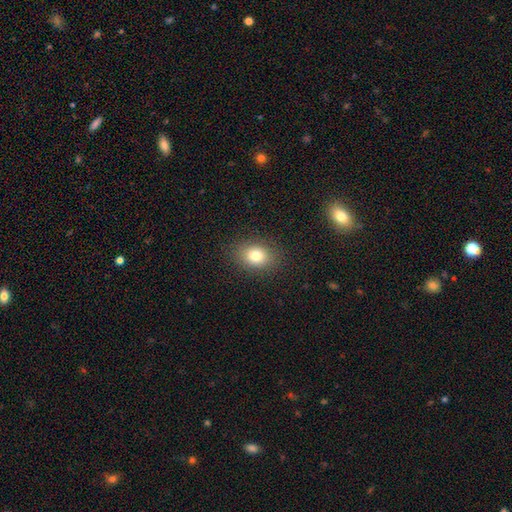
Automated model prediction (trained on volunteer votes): Q: Smooth or featured?
A: smooth (80%); runner-up: star or artifact (11%)
Q: How rounded?
A: in between (59%); runner-up: round (39%)
Q: Merging?
A: none (87%); runner-up: minor disturbance (9%)